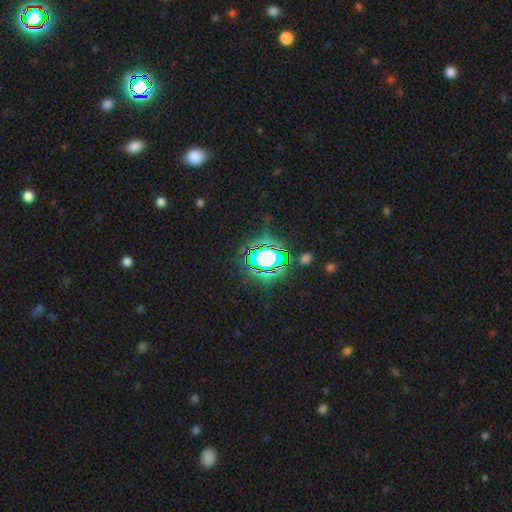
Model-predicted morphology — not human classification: smooth_or_featured: star or artifact (p=0.81) [alt: smooth p=0.12]